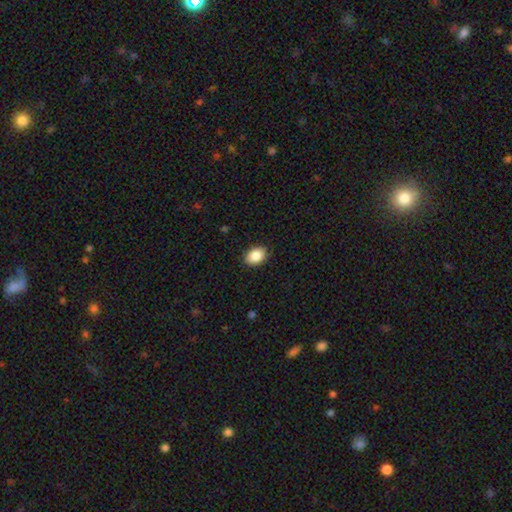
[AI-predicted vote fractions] Smooth or featured? smooth (87%)
How rounded? in between (78%)
Merging? none (89%)